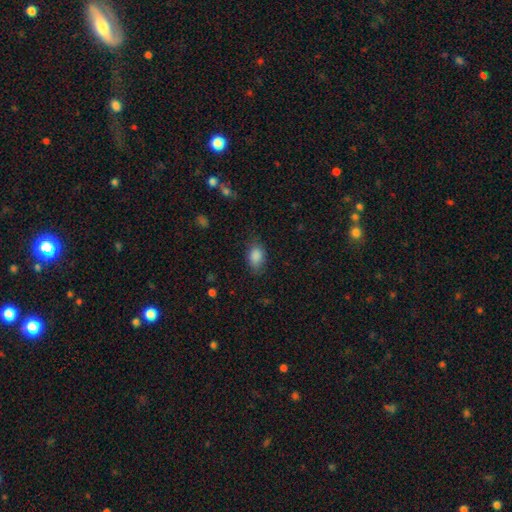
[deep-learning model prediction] A smooth galaxy with no disk features (87%) that is in between round and cigar-shaped (86%). Merging: none (77%).